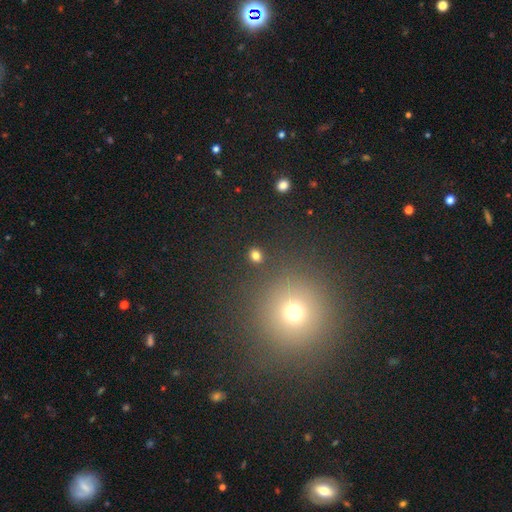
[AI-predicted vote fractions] The model was most divided on "how rounded": round: 67%, in between: 32%, cigar-shaped: 1%. More confident: merging — none (87%); smooth or featured — smooth (79%).